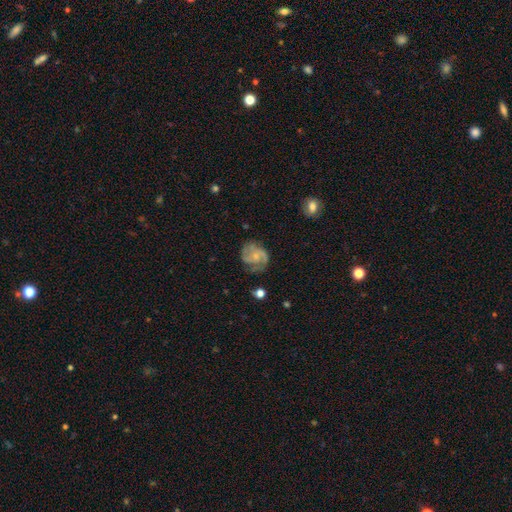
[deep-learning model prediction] Q: Smooth or featured?
A: featured or disk (76%); runner-up: smooth (18%)
Q: Edge-on disk?
A: no (98%); runner-up: yes (2%)
Q: Bar?
A: no (69%); runner-up: weak (27%)
Q: Spiral arms?
A: yes (93%); runner-up: no (7%)
Q: Spiral winding?
A: medium (48%); runner-up: tight (32%)
Q: Spiral arm count?
A: 2 (60%); runner-up: 3 (17%)
Q: Bulge size?
A: small (63%); runner-up: moderate (25%)
Q: Merging?
A: none (66%); runner-up: minor disturbance (21%)